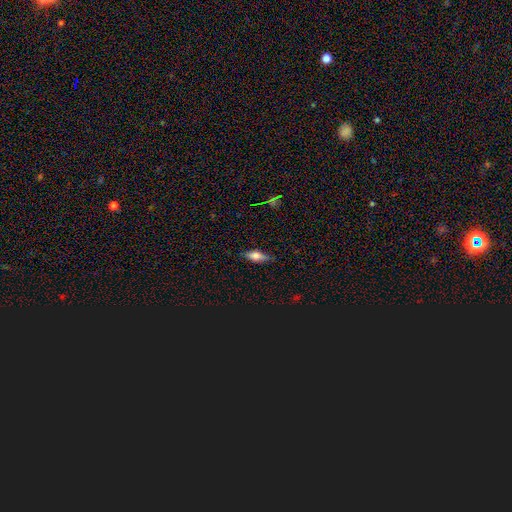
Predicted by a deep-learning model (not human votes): This appears to be a smooth galaxy with no disk features (63%) that is in between round and cigar-shaped (64%). Merging: none (82%).